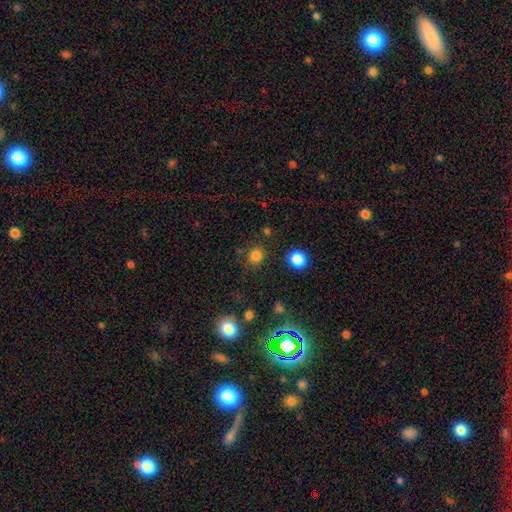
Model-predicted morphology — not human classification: Q: Smooth or featured?
A: smooth (81%); runner-up: star or artifact (14%)
Q: How rounded?
A: round (76%); runner-up: in between (23%)
Q: Merging?
A: none (83%); runner-up: minor disturbance (10%)